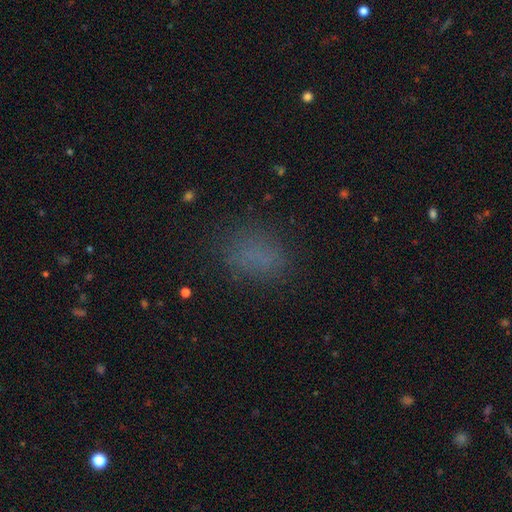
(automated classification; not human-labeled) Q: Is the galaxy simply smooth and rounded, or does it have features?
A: smooth — 73%.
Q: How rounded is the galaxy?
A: in between — 72%.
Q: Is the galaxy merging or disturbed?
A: none — 79%.